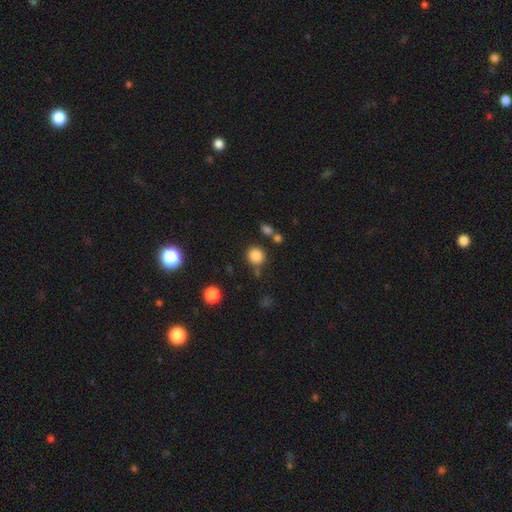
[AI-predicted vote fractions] Smooth or featured: smooth — 84% (star or artifact — 12%)
How rounded: round — 89% (in between — 10%)
Merging: none — 77% (minor disturbance — 10%)